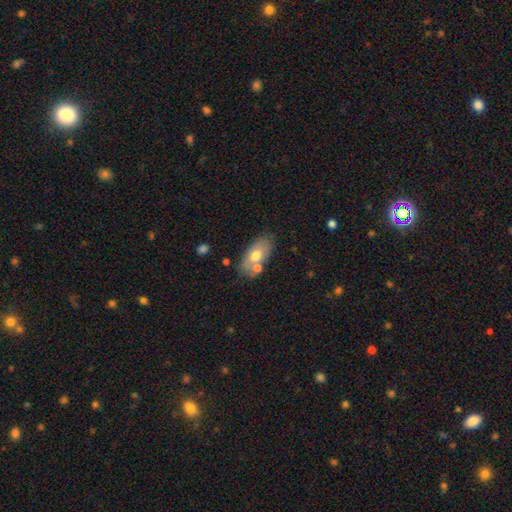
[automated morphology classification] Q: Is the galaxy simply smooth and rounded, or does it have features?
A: smooth — 64%.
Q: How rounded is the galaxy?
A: in between — 91%.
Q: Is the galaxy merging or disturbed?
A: none — 63%.